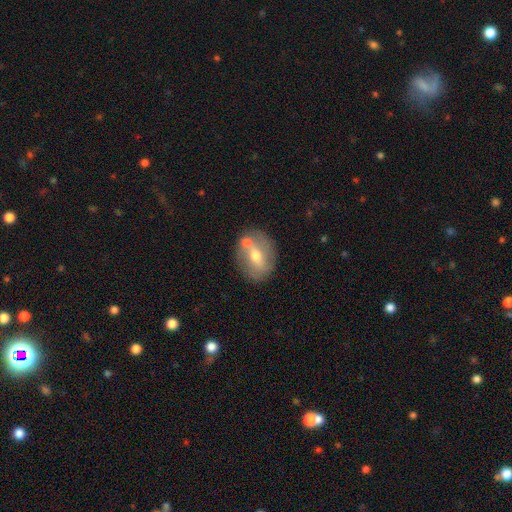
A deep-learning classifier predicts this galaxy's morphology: smooth_or_featured: featured or disk (p=0.46) [alt: smooth p=0.45]
merging: none (p=0.70) [alt: minor disturbance p=0.13]